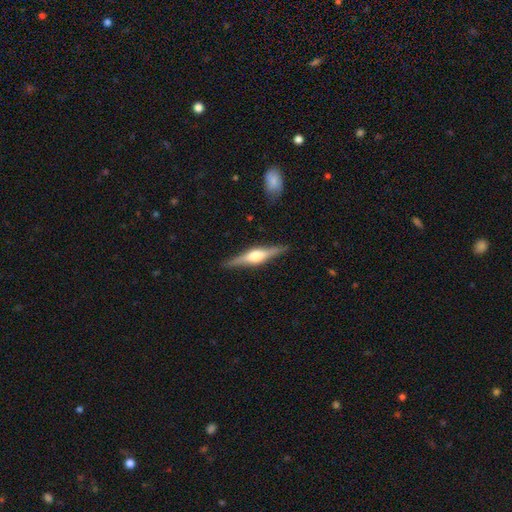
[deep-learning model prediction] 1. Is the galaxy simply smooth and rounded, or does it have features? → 76% featured or disk, 19% smooth, 5% star or artifact.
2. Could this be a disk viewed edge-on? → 97% yes, 3% no.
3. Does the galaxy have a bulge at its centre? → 87% rounded, 11% boxy, 2% none.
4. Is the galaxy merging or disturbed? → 88% none, 9% minor disturbance, 2% major disturbance, 1% merger.